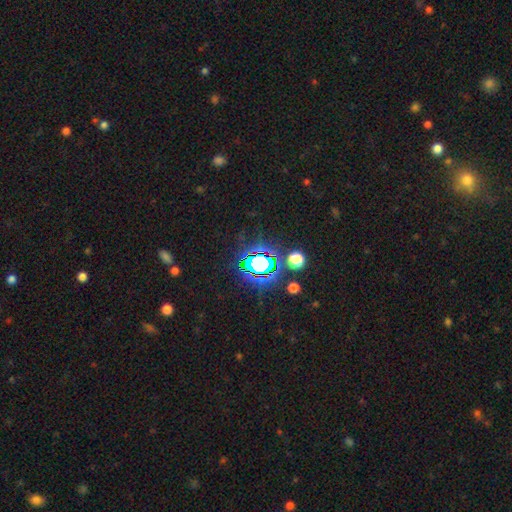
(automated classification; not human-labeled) Morphology: type=star or artifact (78%).